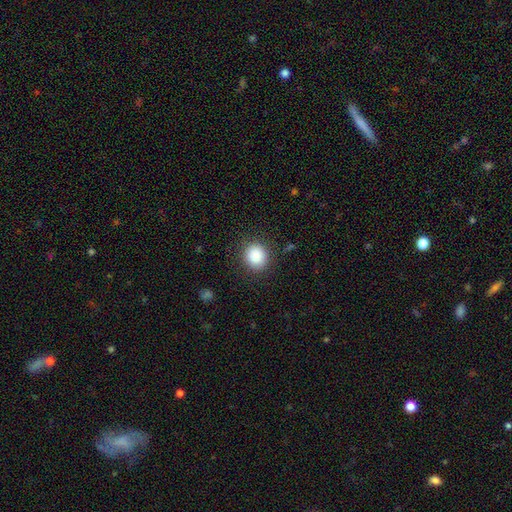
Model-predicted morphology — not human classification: A smooth galaxy with no disk features (88%) that is round (82%). Merging: none (87%).